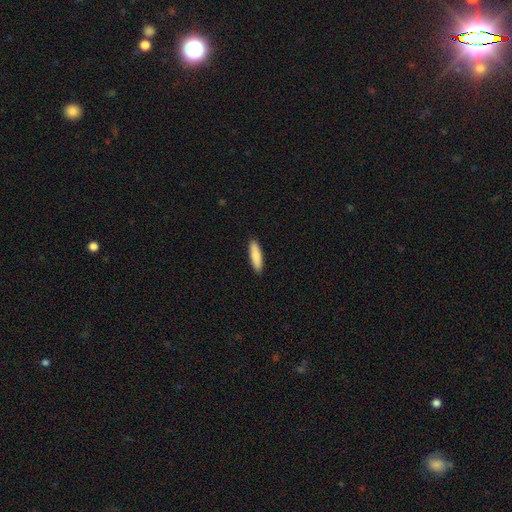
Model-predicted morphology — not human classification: smooth 85%, featured or disk 10%, star or artifact 5%. Down the decision tree: how rounded — cigar-shaped (73%); merging — none (91%).